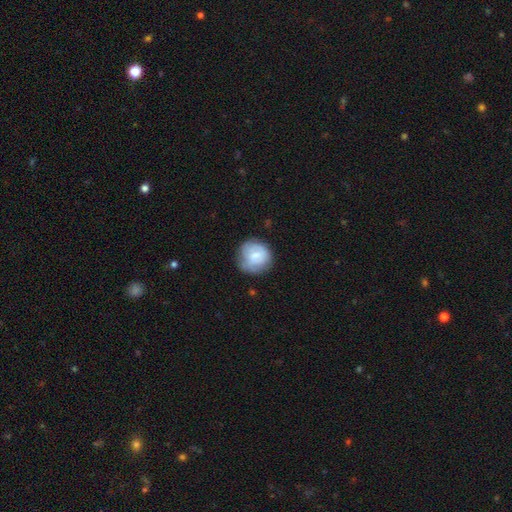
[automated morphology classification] Smooth or featured? Predicted: smooth (p=0.64). How rounded? Predicted: round (p=0.88). Merging? Predicted: none (p=0.70).